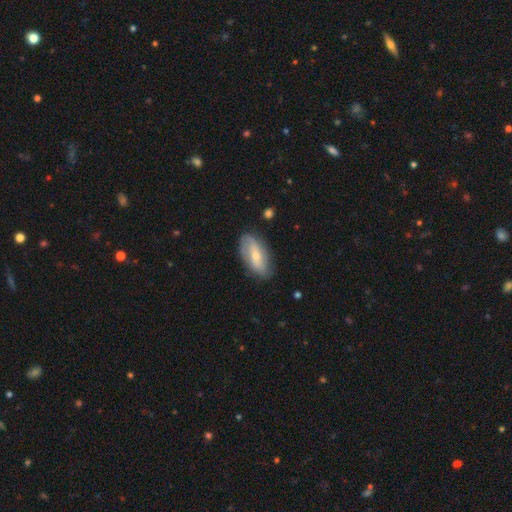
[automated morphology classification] Smooth or featured: featured or disk — 51% (smooth — 43%)
Edge-on disk: no — 86% (yes — 14%)
Merging: none — 78% (minor disturbance — 16%)